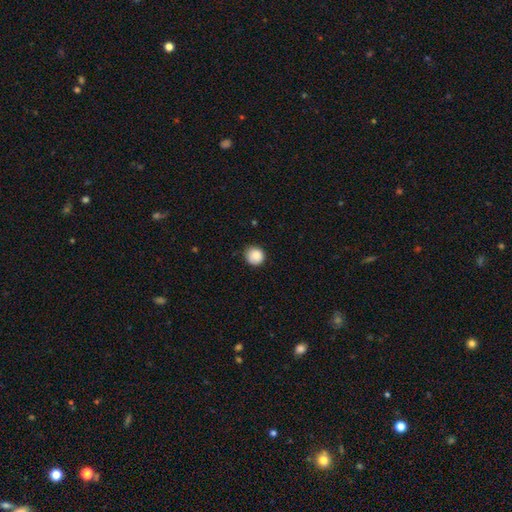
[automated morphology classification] smooth-or-featured: smooth: 88% | star or artifact: 9% | featured or disk: 4%
  how-rounded: round: 93% | in between: 6% | cigar-shaped: 1%
  merging: none: 84% | minor disturbance: 13% | major disturbance: 2% | merger: 1%